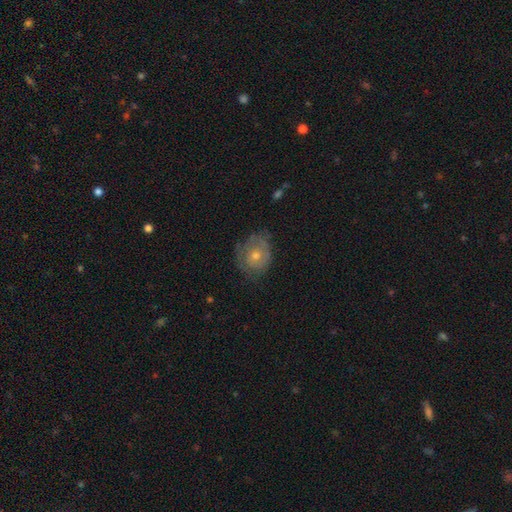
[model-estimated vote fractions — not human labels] Smooth or featured? Predicted: featured or disk (p=0.47). Merging? Predicted: none (p=0.66).